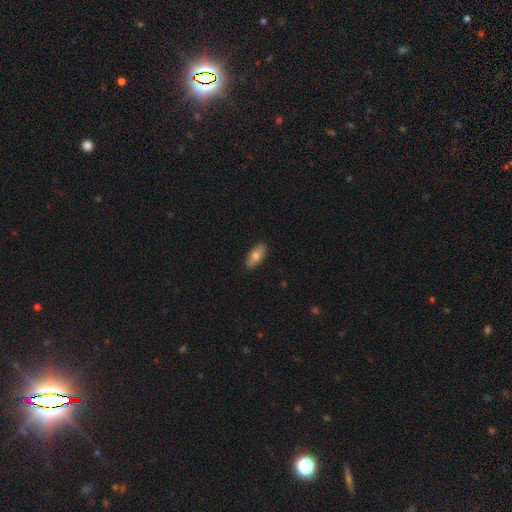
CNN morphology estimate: Smooth or featured?
  - smooth: 76% *
  - featured or disk: 18%
  - star or artifact: 6%
How rounded?
  - in between: 88% *
  - cigar-shaped: 9%
  - round: 3%
Merging?
  - none: 89% *
  - minor disturbance: 9%
  - major disturbance: 2%
  - merger: 1%